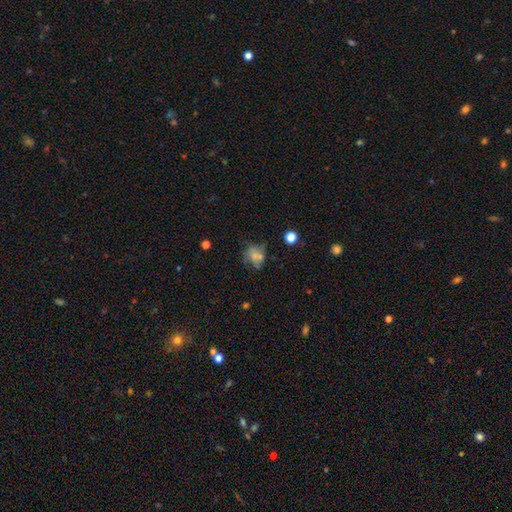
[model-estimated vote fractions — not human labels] Q: Smooth or featured?
A: smooth (60%); runner-up: featured or disk (25%)
Q: How rounded?
A: round (60%); runner-up: in between (39%)
Q: Merging?
A: none (47%); runner-up: minor disturbance (23%)